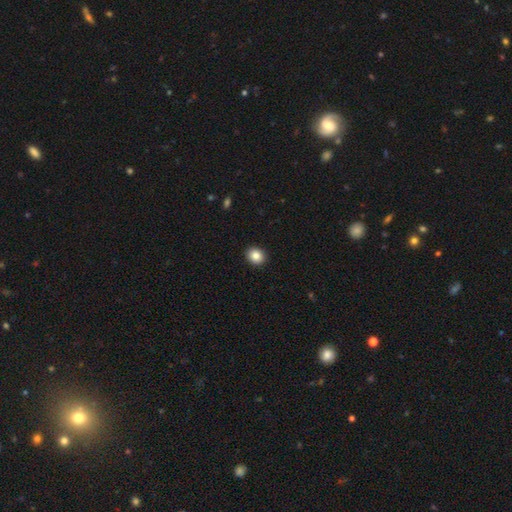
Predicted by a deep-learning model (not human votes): Smooth or featured?
  - smooth: 85% *
  - star or artifact: 9%
  - featured or disk: 6%
How rounded?
  - round: 69% *
  - in between: 30%
  - cigar-shaped: 1%
Merging?
  - none: 92% *
  - minor disturbance: 5%
  - major disturbance: 2%
  - merger: 1%